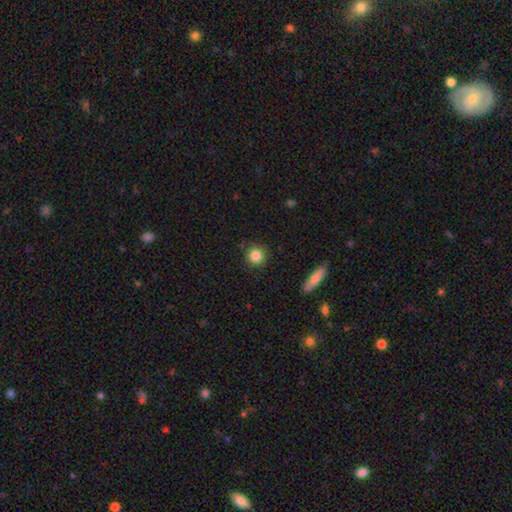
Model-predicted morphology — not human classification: smooth-or-featured: smooth: 85% | star or artifact: 9% | featured or disk: 5%
  how-rounded: round: 91% | in between: 8% | cigar-shaped: 1%
  merging: none: 87% | minor disturbance: 9% | major disturbance: 2% | merger: 2%